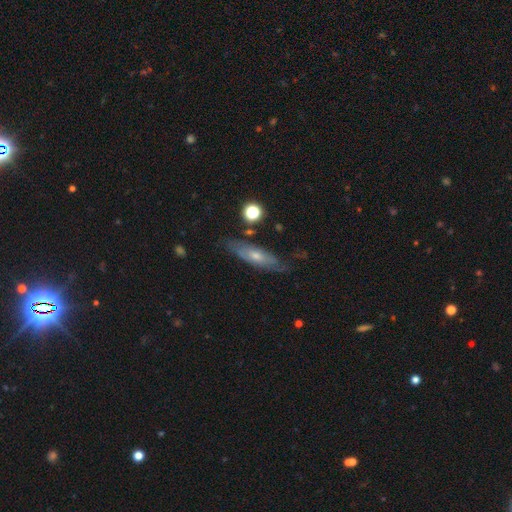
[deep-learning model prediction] Smooth or featured: featured or disk — 59% (smooth — 33%)
Edge-on disk: no — 52% (yes — 48%)
Merging: none — 70% (minor disturbance — 21%)